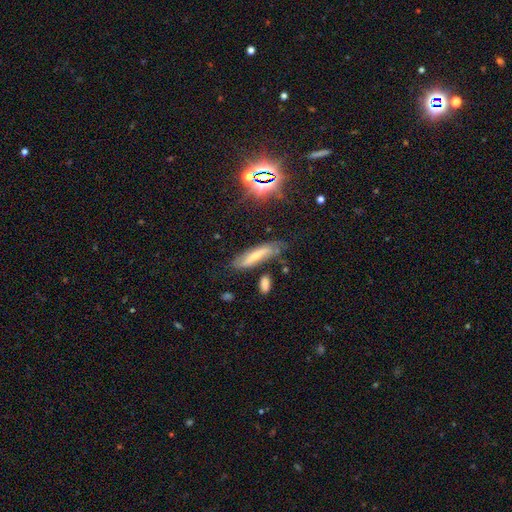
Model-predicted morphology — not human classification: The model was most divided on "smooth or featured": smooth: 44%, featured or disk: 42%, star or artifact: 14%. More confident: merging — none (63%).